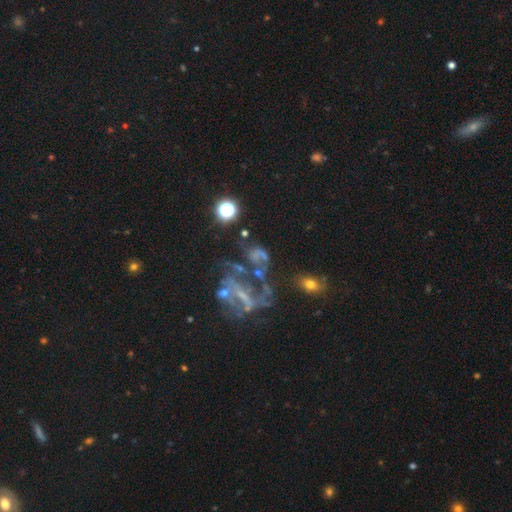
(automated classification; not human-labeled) smooth_or_featured: featured or disk (p=0.52) [alt: star or artifact p=0.30]
disk_edge_on: no (p=0.95) [alt: yes p=0.05]
merging: major disturbance (p=0.37) [alt: none p=0.27]